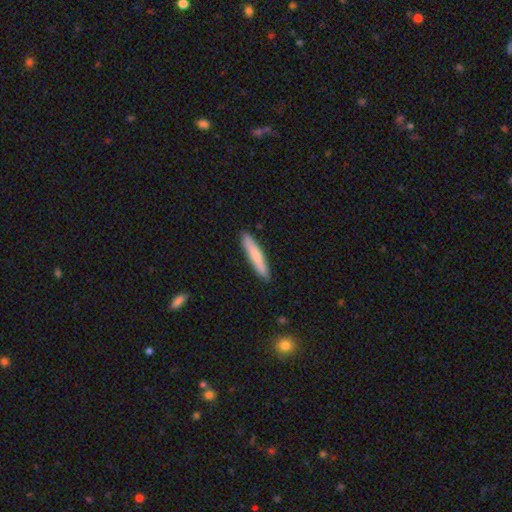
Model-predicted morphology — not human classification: Overall: smooth (71%). How rounded: cigar-shaped (92%). Merging: none (90%).